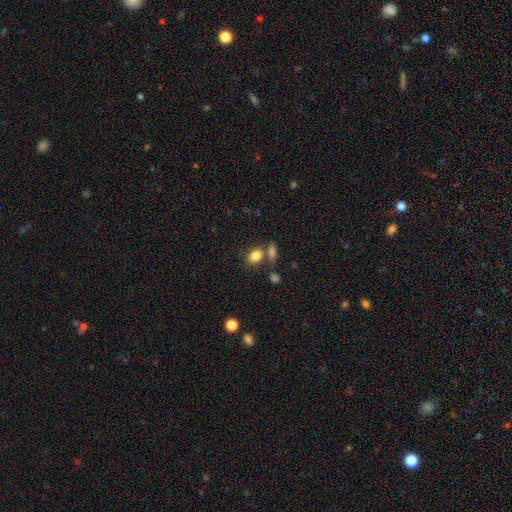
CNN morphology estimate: Smooth or featured? smooth (83%)
How rounded? in between (74%)
Merging? none (62%)